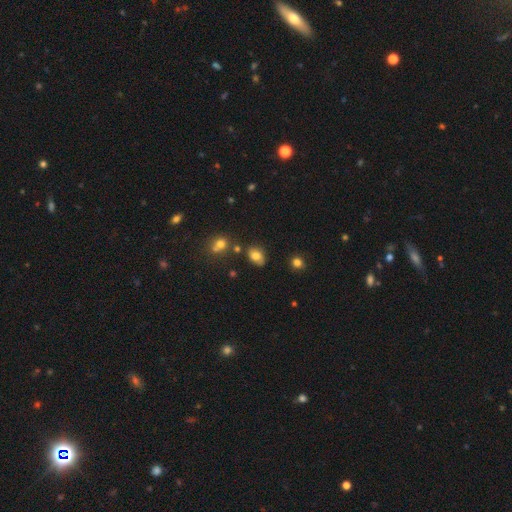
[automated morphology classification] Smooth or featured?
  - smooth: 79% *
  - star or artifact: 11%
  - featured or disk: 10%
How rounded?
  - in between: 81% *
  - round: 18%
  - cigar-shaped: 2%
Merging?
  - none: 73% *
  - minor disturbance: 17%
  - merger: 6%
  - major disturbance: 3%